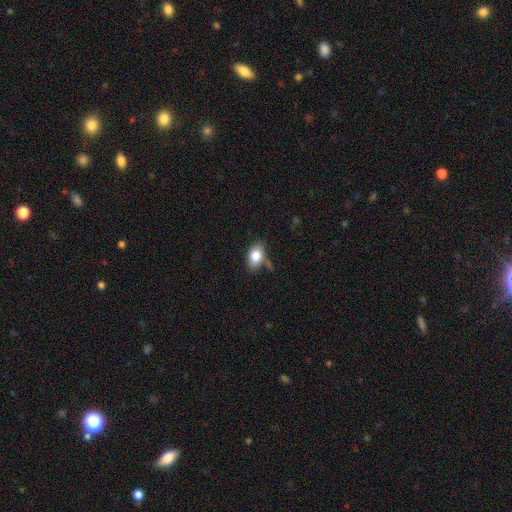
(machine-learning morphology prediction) smooth-or-featured: smooth: 81% | featured or disk: 11% | star or artifact: 8%
  how-rounded: in between: 85% | round: 14% | cigar-shaped: 2%
  merging: none: 66% | minor disturbance: 22% | merger: 7% | major disturbance: 6%